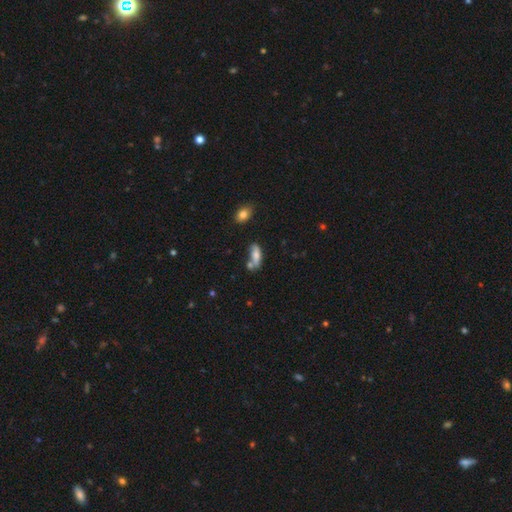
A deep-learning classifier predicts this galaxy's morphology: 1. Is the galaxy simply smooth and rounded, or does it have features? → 70% smooth, 21% featured or disk, 9% star or artifact.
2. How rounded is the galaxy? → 68% in between, 29% cigar-shaped, 4% round.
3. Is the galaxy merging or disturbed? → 43% none, 28% merger, 20% minor disturbance, 9% major disturbance.